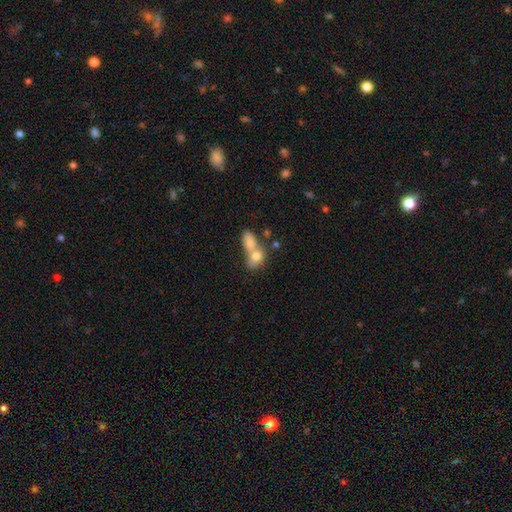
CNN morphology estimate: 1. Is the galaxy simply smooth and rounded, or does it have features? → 77% smooth, 15% featured or disk, 8% star or artifact.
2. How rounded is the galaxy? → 76% in between, 21% round, 3% cigar-shaped.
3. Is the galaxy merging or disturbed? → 67% merger, 22% none, 7% minor disturbance, 4% major disturbance.